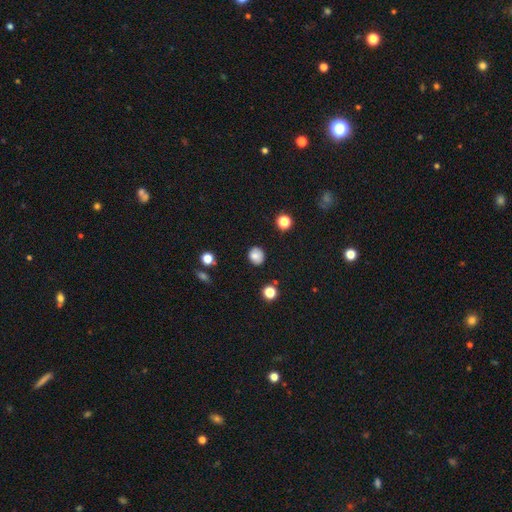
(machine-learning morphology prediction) A smooth galaxy with no disk features (81%) that is round (70%).

Vote fractions:
- Smooth or featured? smooth: 81% / star or artifact: 11% / featured or disk: 7%
- How rounded? round: 70% / in between: 29% / cigar-shaped: 1%
- Merging? none: 83% / minor disturbance: 12% / major disturbance: 3% / merger: 2%